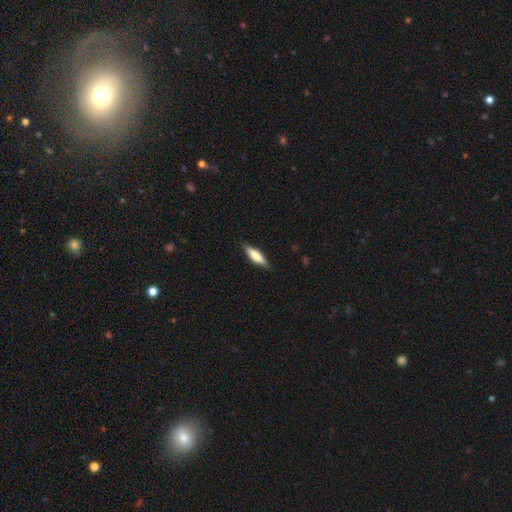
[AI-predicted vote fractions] This is likely a smooth galaxy (70%). How rounded: possibly cigar-shaped (59%). Merging: clearly none (85%).